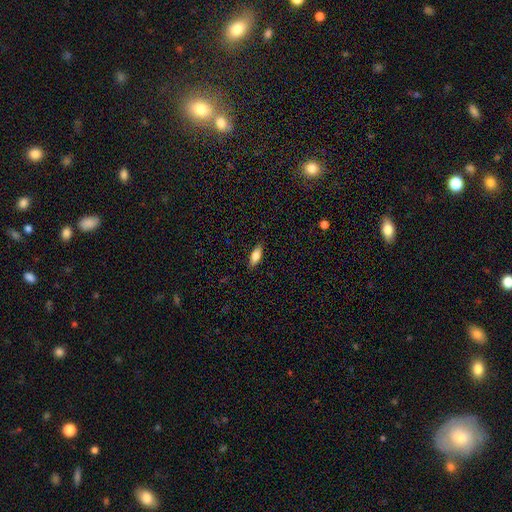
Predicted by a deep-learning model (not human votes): This is likely a smooth galaxy (77%). How rounded: likely in between (77%). Merging: clearly none (86%).